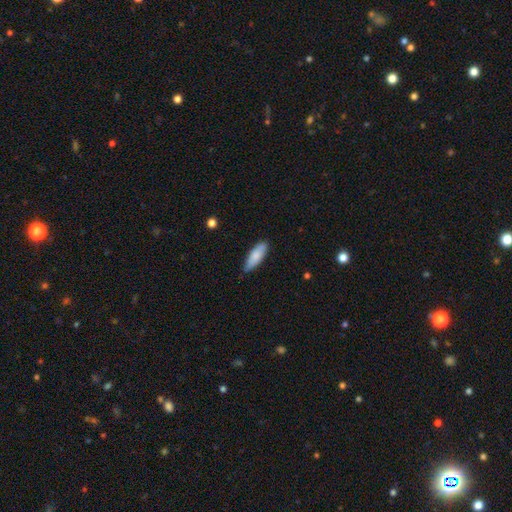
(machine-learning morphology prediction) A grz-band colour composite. It shows a smooth galaxy with no disk features (80%) that is in between round and cigar-shaped (63%). Merging: none (77%).